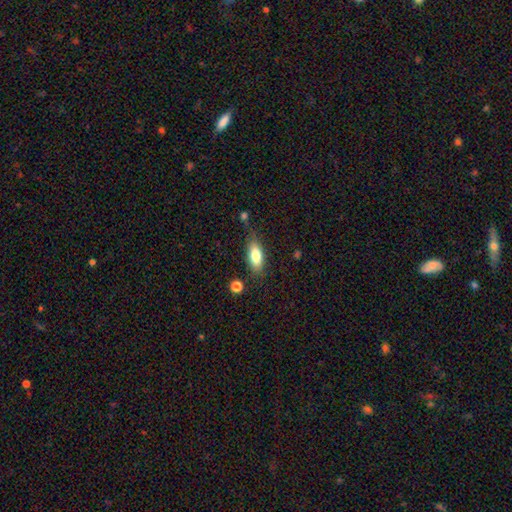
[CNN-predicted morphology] smooth 79%, featured or disk 13%, star or artifact 7%. Down the decision tree: how rounded — in between (81%); merging — none (69%).